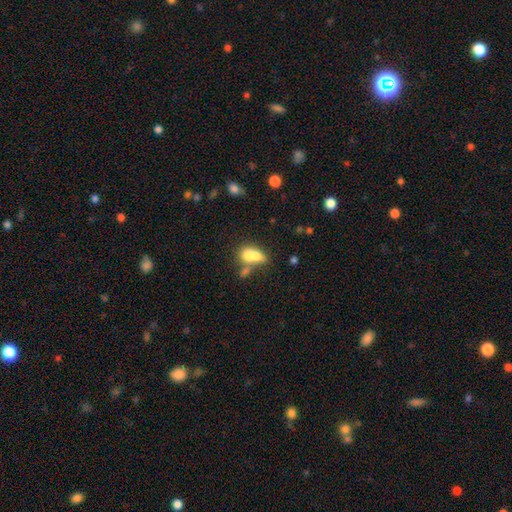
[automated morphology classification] Overall: smooth (69%). How rounded: in between (66%; round 29%). Merging: merger (63%).